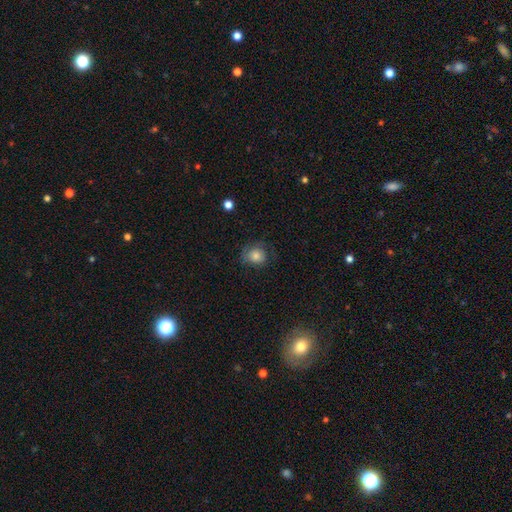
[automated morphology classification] Smooth or featured? smooth (70%)
How rounded? round (76%)
Merging? none (64%)